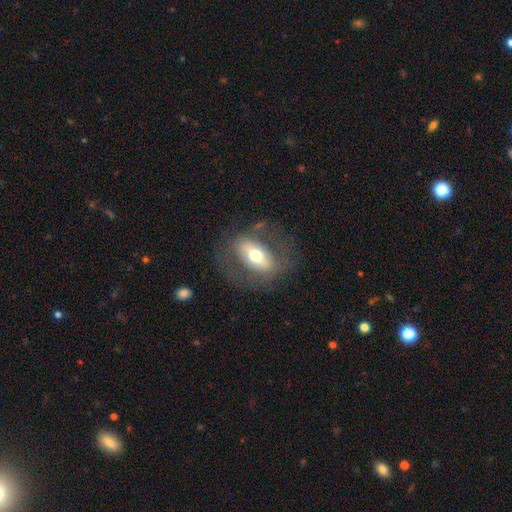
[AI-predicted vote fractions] A featured or disk galaxy (49%).

Vote fractions:
- Smooth or featured? featured or disk: 49% / smooth: 44% / star or artifact: 7%
- Merging? none: 71% / minor disturbance: 15% / major disturbance: 13% / merger: 2%